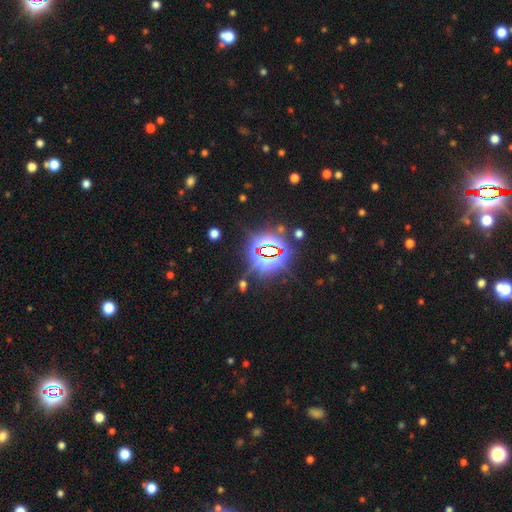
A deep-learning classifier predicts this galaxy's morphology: Smooth or featured? Predicted: star or artifact (p=0.81).